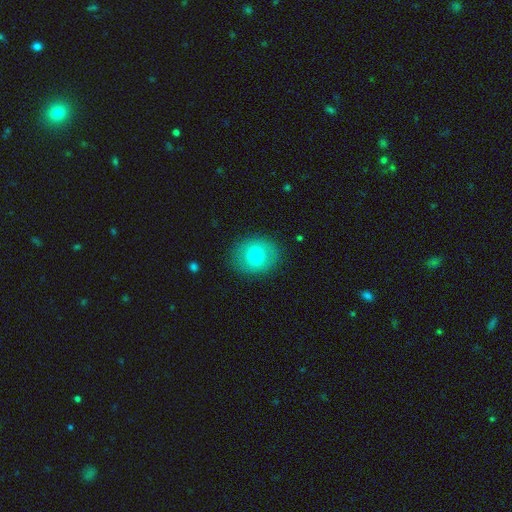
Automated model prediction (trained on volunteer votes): Overall: smooth (73%). How rounded: round (64%; in between 35%). Merging: none (86%).